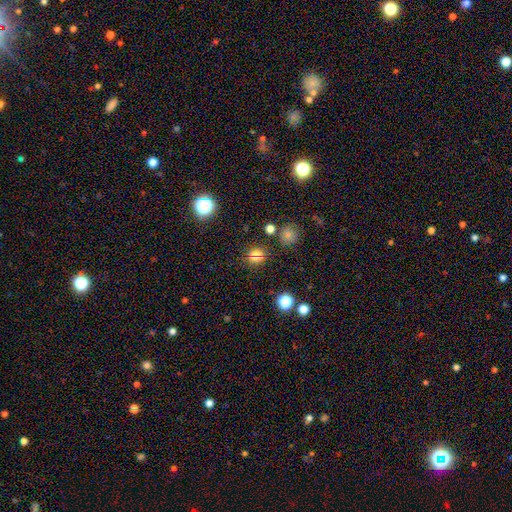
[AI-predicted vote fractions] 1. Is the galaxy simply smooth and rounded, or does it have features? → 67% smooth, 25% star or artifact, 8% featured or disk.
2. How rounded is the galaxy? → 86% round, 13% in between, 1% cigar-shaped.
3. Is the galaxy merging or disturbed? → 78% none, 10% merger, 9% minor disturbance, 3% major disturbance.